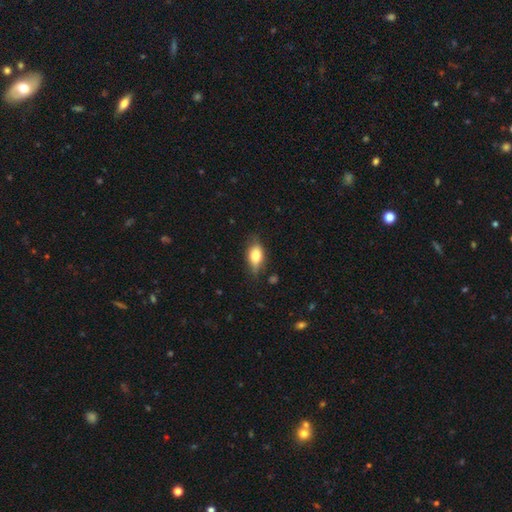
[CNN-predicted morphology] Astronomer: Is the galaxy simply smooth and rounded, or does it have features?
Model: smooth — 71%.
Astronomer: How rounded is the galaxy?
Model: in between — 83%.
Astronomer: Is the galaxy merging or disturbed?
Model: none — 69%.